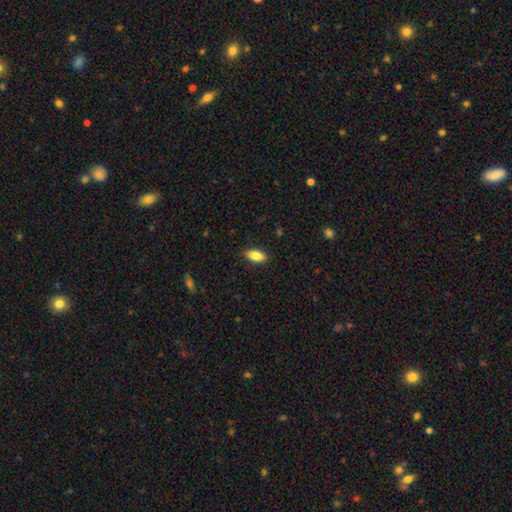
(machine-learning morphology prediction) Q: Smooth or featured?
A: smooth (87%); runner-up: star or artifact (7%)
Q: How rounded?
A: in between (86%); runner-up: cigar-shaped (11%)
Q: Merging?
A: none (88%); runner-up: minor disturbance (9%)